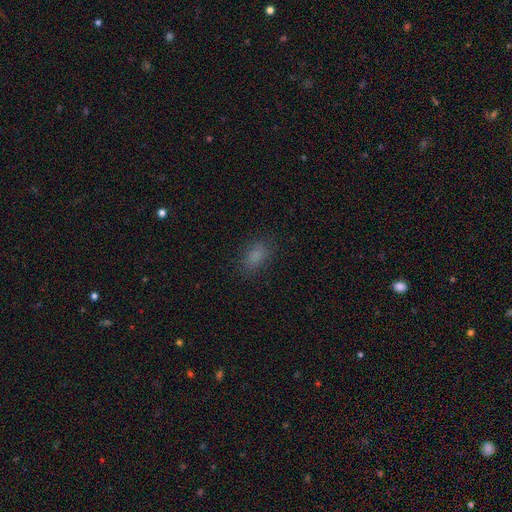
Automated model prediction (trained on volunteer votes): Smooth or featured? Predicted: smooth (p=0.83). How rounded? Predicted: in between (p=0.88). Merging? Predicted: none (p=0.83).